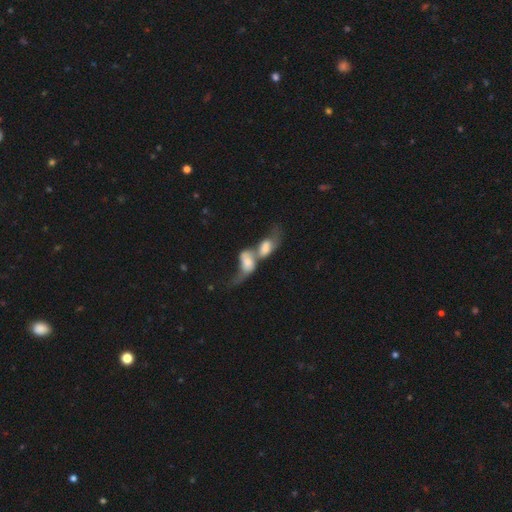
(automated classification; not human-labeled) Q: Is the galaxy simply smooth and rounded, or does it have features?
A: featured or disk — 51%.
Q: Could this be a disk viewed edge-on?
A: no — 70%.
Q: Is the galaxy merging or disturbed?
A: merger — 67%.